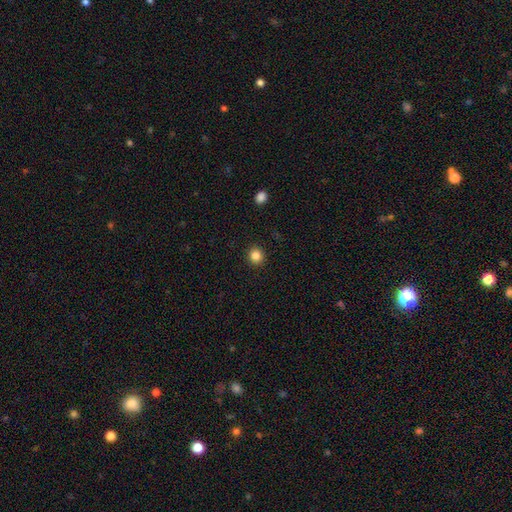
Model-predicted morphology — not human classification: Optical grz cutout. It shows a smooth galaxy with no disk features (84%) that is round (92%). Merging: none (93%).